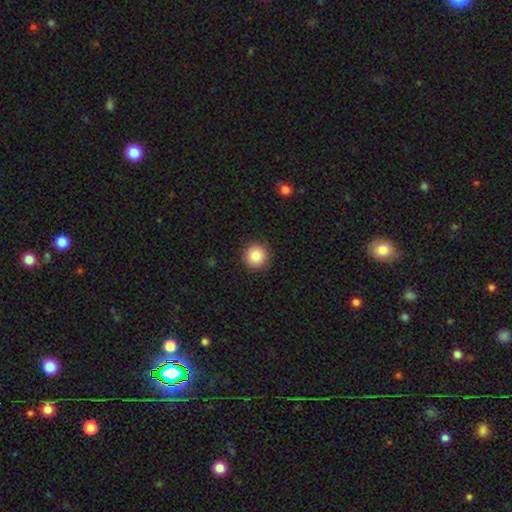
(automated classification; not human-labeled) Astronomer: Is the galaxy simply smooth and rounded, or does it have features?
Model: smooth — 87%.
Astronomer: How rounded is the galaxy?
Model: round — 96%.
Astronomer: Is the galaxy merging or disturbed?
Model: none — 92%.